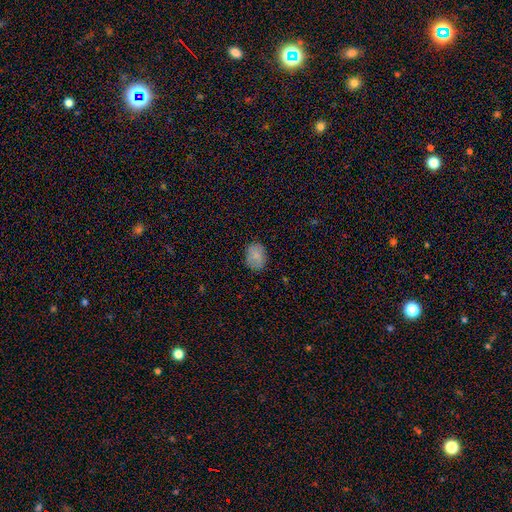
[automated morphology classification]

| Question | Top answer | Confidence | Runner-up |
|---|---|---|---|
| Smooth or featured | smooth | 82% | featured or disk (9%) |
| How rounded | in between | 65% | round (34%) |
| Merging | none | 80% | minor disturbance (15%) |